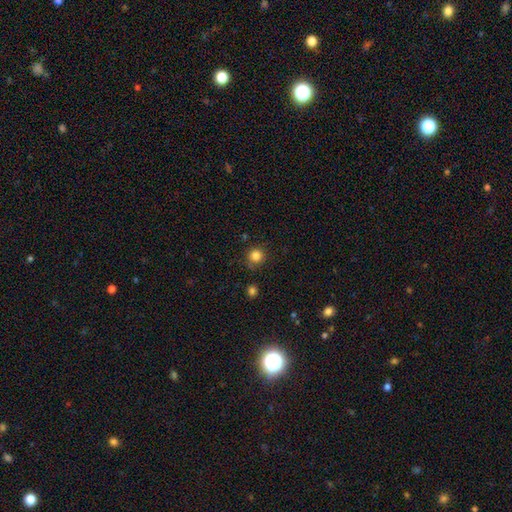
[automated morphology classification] A smooth galaxy with no disk features (83%) that is round (94%).

Vote fractions:
- Smooth or featured? smooth: 83% / star or artifact: 13% / featured or disk: 5%
- How rounded? round: 94% / in between: 5% / cigar-shaped: 1%
- Merging? none: 82% / minor disturbance: 12% / merger: 3% / major disturbance: 3%